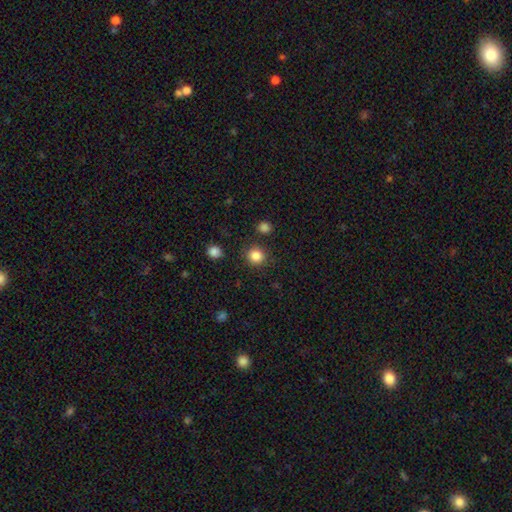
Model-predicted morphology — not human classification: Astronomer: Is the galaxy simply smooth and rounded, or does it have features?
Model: smooth — 86%.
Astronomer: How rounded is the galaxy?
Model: round — 89%.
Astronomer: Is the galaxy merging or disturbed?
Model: none — 86%.